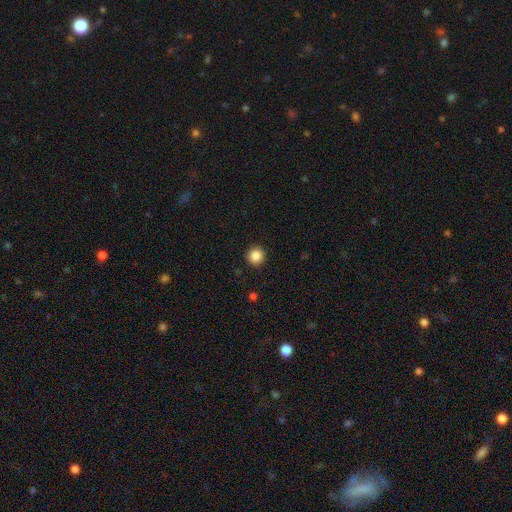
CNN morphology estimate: Smooth or featured?
  - smooth: 87% *
  - star or artifact: 10%
  - featured or disk: 3%
How rounded?
  - round: 95% *
  - in between: 4%
  - cigar-shaped: 1%
Merging?
  - none: 92% *
  - minor disturbance: 5%
  - major disturbance: 2%
  - merger: 1%